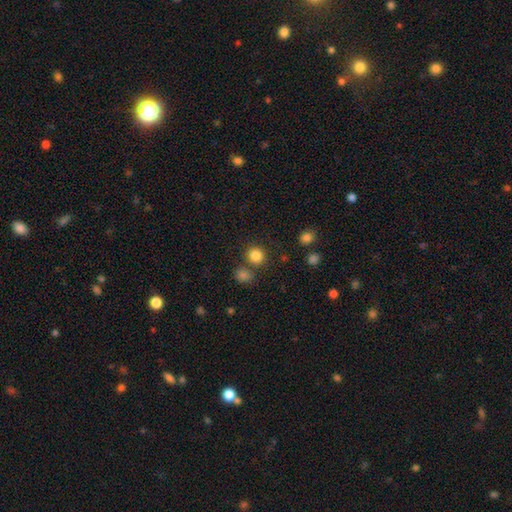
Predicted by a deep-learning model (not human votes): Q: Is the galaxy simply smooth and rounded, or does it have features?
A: smooth — 84%.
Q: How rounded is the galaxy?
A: round — 89%.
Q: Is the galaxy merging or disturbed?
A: none — 77%.